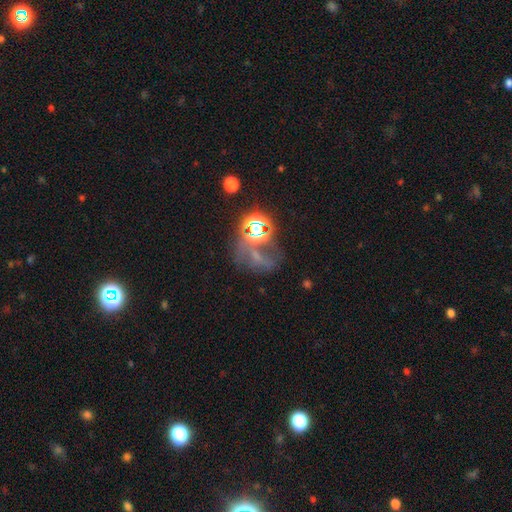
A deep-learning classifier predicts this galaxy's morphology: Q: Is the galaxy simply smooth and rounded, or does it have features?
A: star or artifact — 48%.